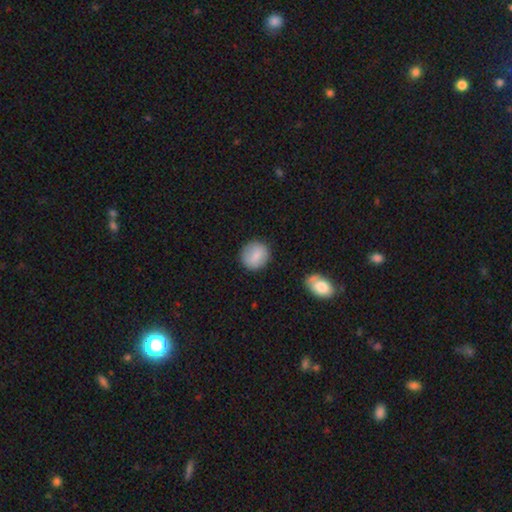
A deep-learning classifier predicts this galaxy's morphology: type=smooth (79%); roundness=round (86%); merging=none (86%).